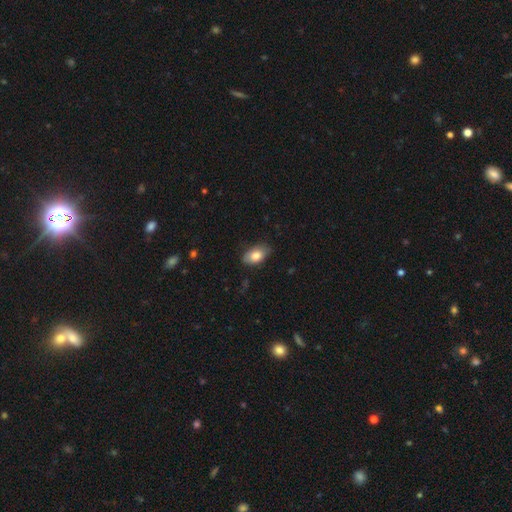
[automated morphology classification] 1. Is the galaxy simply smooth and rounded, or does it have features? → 80% smooth, 13% featured or disk, 7% star or artifact.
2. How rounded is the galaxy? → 92% in between, 6% round, 2% cigar-shaped.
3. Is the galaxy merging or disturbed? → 81% none, 16% minor disturbance, 3% major disturbance, 1% merger.